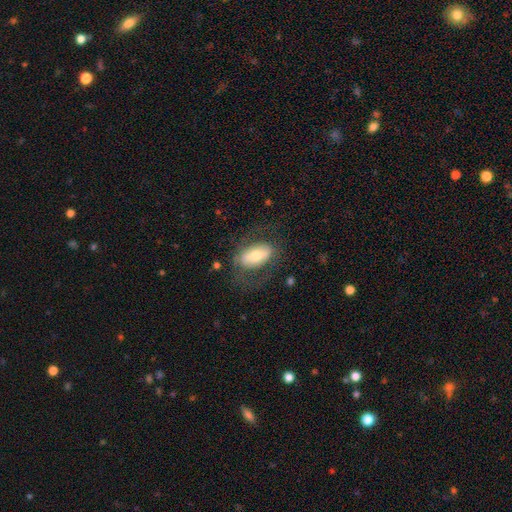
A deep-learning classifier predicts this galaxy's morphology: This is possibly a smooth galaxy (54%). How rounded: clearly in between (91%). Merging: likely none (65%).